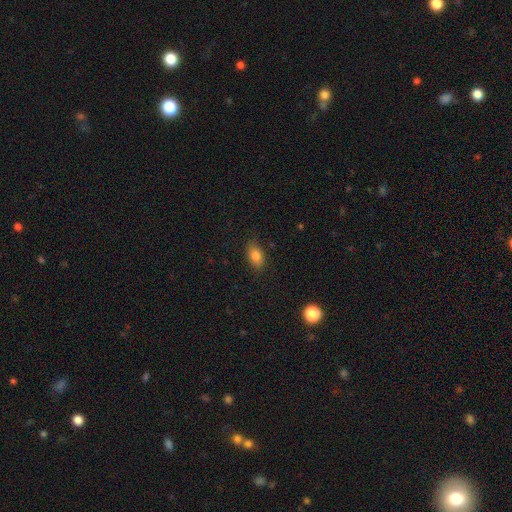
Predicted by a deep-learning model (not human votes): Smooth or featured?
  - smooth: 83% *
  - star or artifact: 9%
  - featured or disk: 8%
How rounded?
  - in between: 88% *
  - round: 9%
  - cigar-shaped: 3%
Merging?
  - none: 83% *
  - minor disturbance: 13%
  - major disturbance: 3%
  - merger: 1%